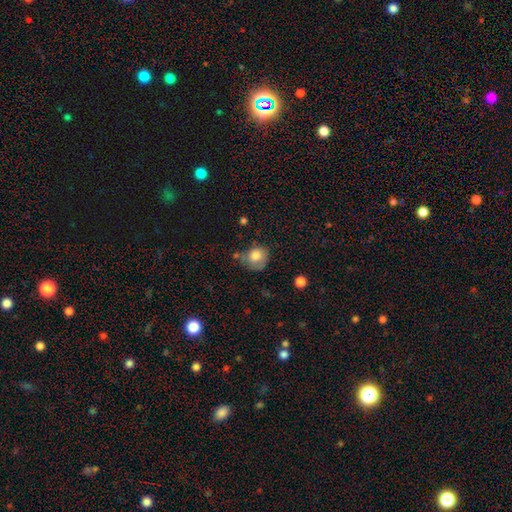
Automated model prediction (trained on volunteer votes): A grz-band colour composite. It shows a smooth galaxy with no disk features (79%) that is round (75%). Merging: none (45%).